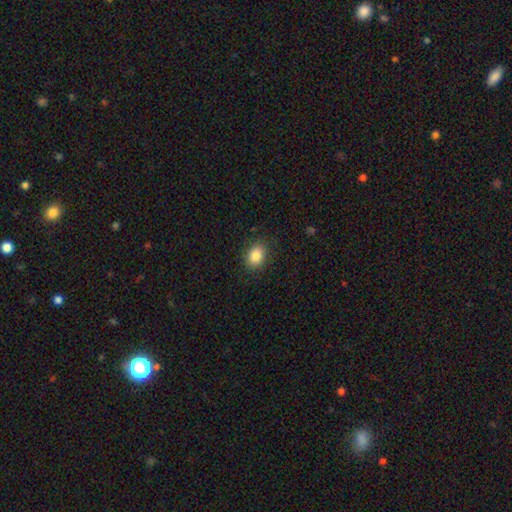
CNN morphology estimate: The model was most divided on "how rounded": in between: 69%, round: 30%, cigar-shaped: 1%. More confident: merging — none (87%); smooth or featured — smooth (85%).